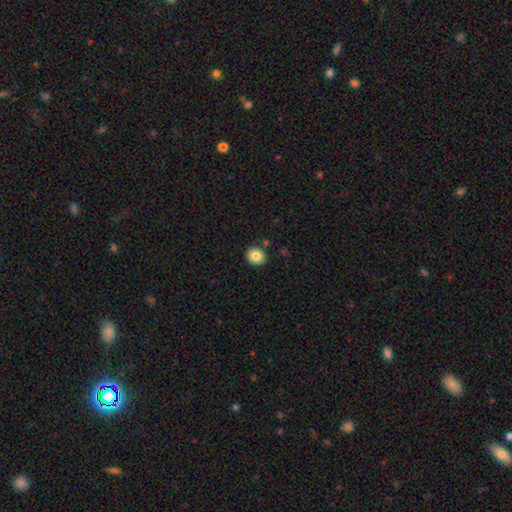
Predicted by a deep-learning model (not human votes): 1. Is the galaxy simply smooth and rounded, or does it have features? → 84% smooth, 9% star or artifact, 7% featured or disk.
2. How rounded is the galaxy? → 81% round, 18% in between, 1% cigar-shaped.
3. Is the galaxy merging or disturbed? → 87% none, 8% minor disturbance, 3% merger, 2% major disturbance.